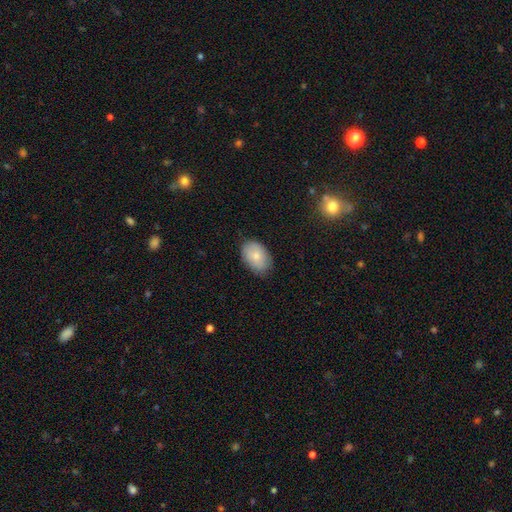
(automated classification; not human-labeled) Smooth or featured?
  - smooth: 80% *
  - featured or disk: 14%
  - star or artifact: 7%
How rounded?
  - in between: 86% *
  - round: 13%
  - cigar-shaped: 1%
Merging?
  - none: 79% *
  - minor disturbance: 17%
  - major disturbance: 3%
  - merger: 1%